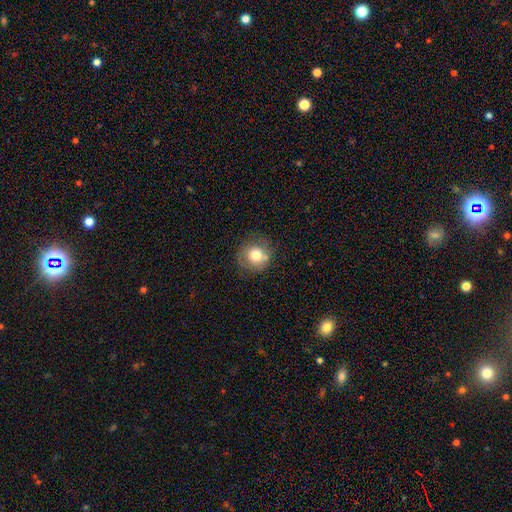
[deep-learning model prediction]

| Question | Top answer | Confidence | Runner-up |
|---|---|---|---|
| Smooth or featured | smooth | 75% | featured or disk (15%) |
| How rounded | round | 86% | in between (13%) |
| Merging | none | 70% | minor disturbance (19%) |